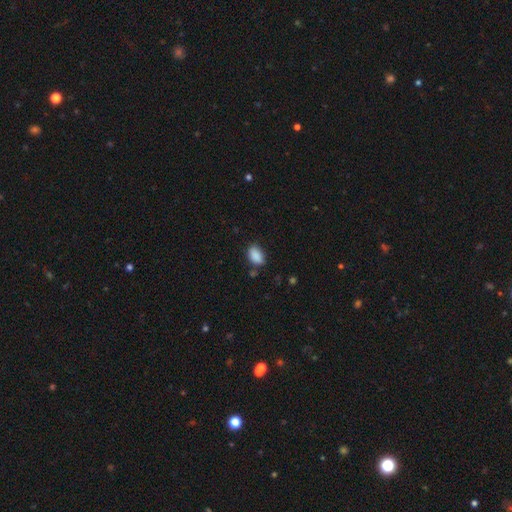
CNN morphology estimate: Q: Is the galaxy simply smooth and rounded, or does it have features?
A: smooth — 89%.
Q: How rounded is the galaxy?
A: in between — 89%.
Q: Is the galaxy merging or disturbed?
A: none — 75%.